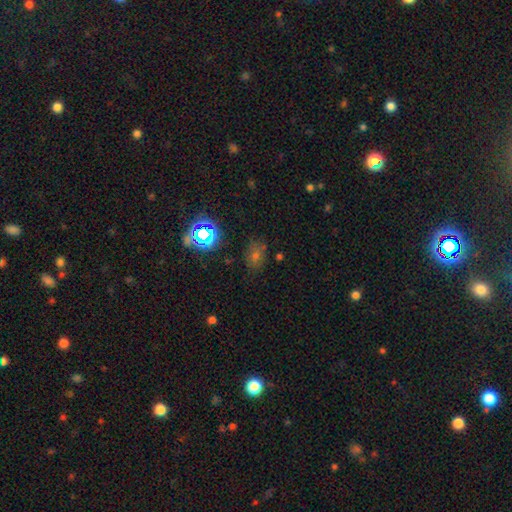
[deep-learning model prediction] The model was most divided on "smooth or featured": smooth: 50%, star or artifact: 38%, featured or disk: 12%. More confident: merging — none (75%); how rounded — in between (62%).